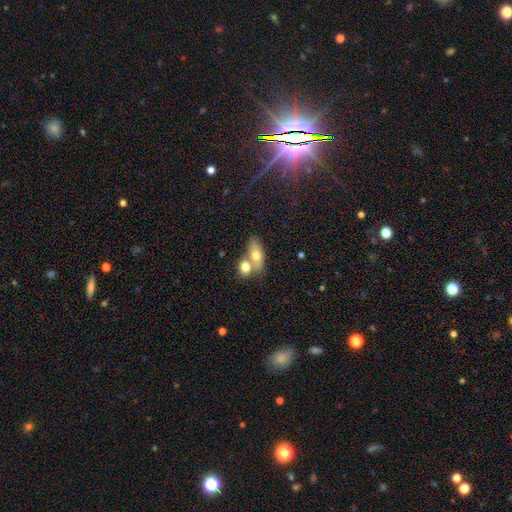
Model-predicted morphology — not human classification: This appears to be a smooth galaxy with no disk features (68%) that is in between round and cigar-shaped (76%). Merging: merger (50%).